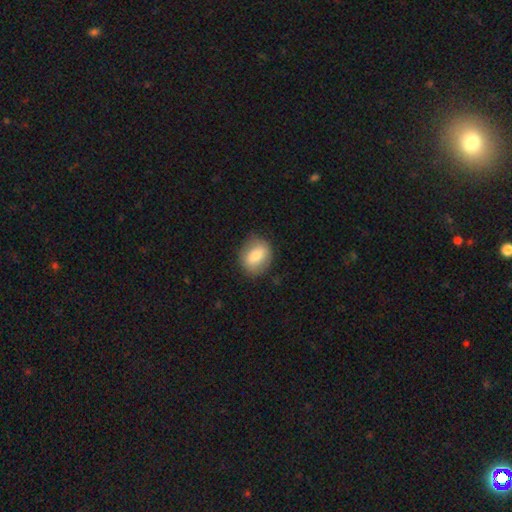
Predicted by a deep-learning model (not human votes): Q: Smooth or featured?
A: smooth (75%); runner-up: featured or disk (18%)
Q: How rounded?
A: round (51%); runner-up: in between (48%)
Q: Merging?
A: none (82%); runner-up: minor disturbance (13%)